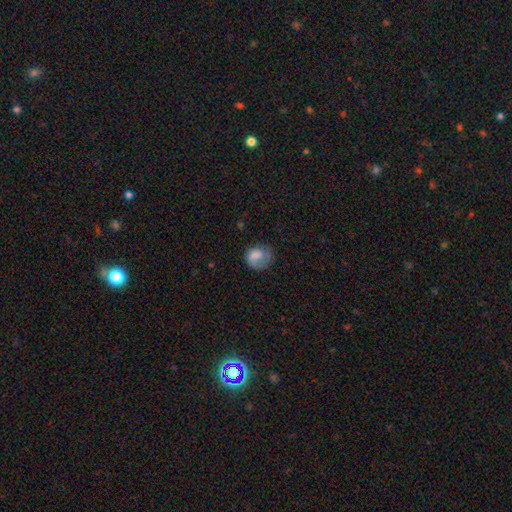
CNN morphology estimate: Smooth or featured?
  - smooth: 73% *
  - featured or disk: 19%
  - star or artifact: 8%
How rounded?
  - round: 62% *
  - in between: 37%
  - cigar-shaped: 1%
Merging?
  - none: 46% *
  - minor disturbance: 26%
  - major disturbance: 26%
  - merger: 2%